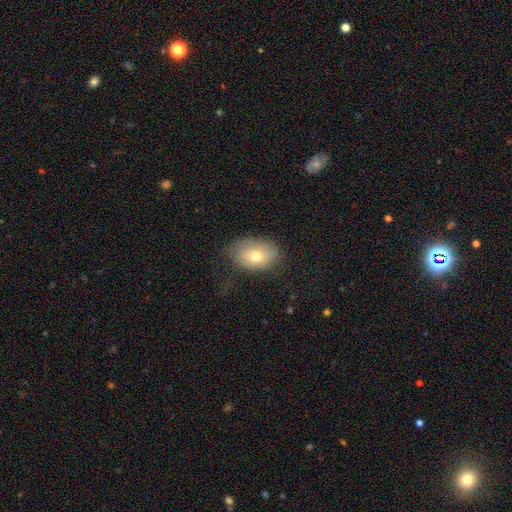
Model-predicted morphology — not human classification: smooth-or-featured: smooth: 71% | featured or disk: 20% | star or artifact: 9%
  how-rounded: in between: 81% | round: 18% | cigar-shaped: 1%
  merging: none: 64% | minor disturbance: 24% | major disturbance: 11% | merger: 1%